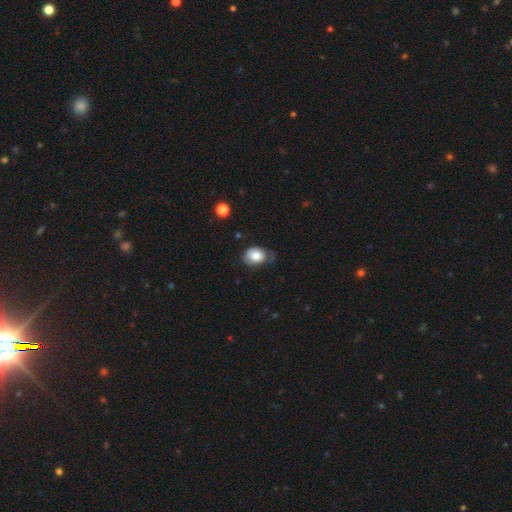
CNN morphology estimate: Overall: smooth (77%). How rounded: in between (68%; round 31%). Merging: none (46%; minor disturbance 36%).